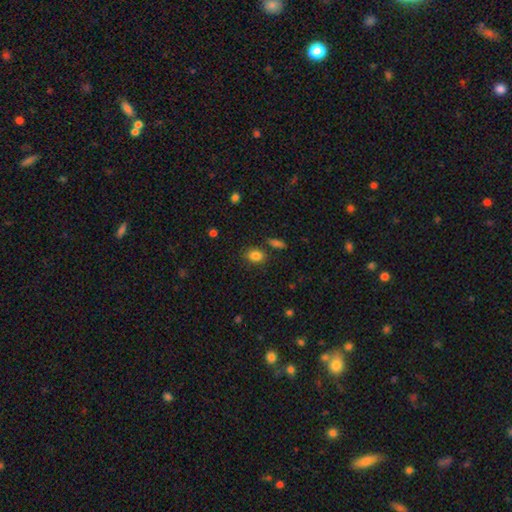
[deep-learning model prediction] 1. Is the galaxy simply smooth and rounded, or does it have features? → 84% smooth, 10% star or artifact, 6% featured or disk.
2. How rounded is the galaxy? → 64% in between, 35% round, 1% cigar-shaped.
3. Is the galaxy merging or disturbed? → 81% none, 11% minor disturbance, 5% merger, 3% major disturbance.